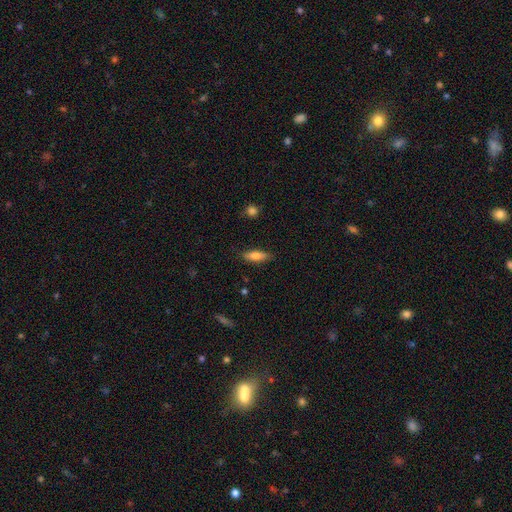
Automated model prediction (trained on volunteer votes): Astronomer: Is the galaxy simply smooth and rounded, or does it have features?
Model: smooth — 72%.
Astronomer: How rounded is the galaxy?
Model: cigar-shaped — 49% (runner-up: in between, 48%).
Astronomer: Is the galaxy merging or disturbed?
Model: none — 85%.